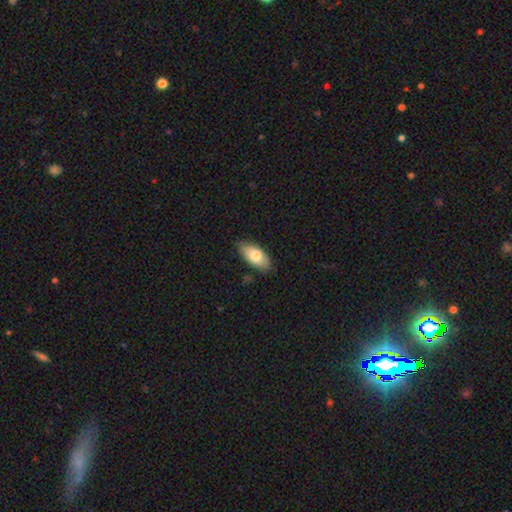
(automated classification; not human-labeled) Smooth or featured? smooth (75%)
How rounded? in between (90%)
Merging? none (82%)